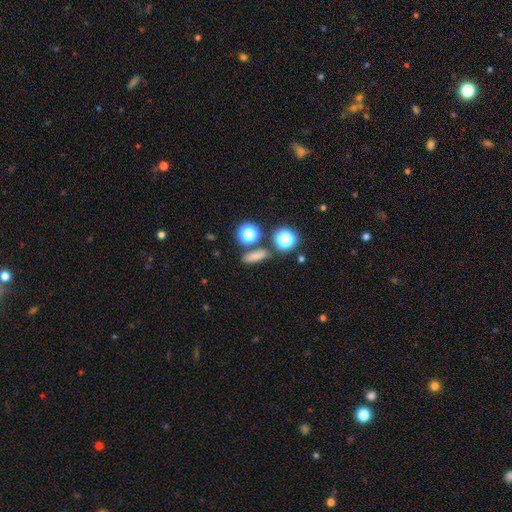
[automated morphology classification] smooth 73%, star or artifact 19%, featured or disk 8%. Down the decision tree: how rounded — in between (44%); merging — none (79%).